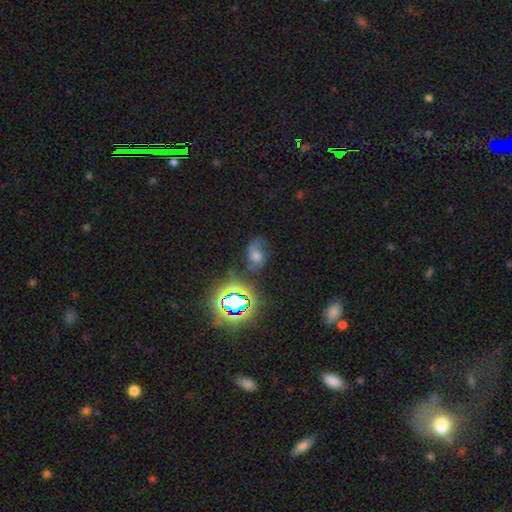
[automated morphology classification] The model was most divided on "smooth or featured": featured or disk: 39%, star or artifact: 33%, smooth: 28%. More confident: merging — none (57%).